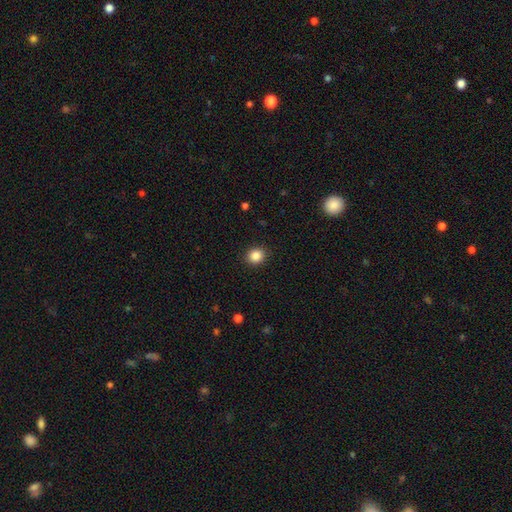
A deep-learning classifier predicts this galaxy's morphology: smooth-or-featured: smooth: 86% | star or artifact: 10% | featured or disk: 4%
  how-rounded: round: 77% | in between: 22% | cigar-shaped: 1%
  merging: none: 90% | minor disturbance: 7% | major disturbance: 2% | merger: 1%